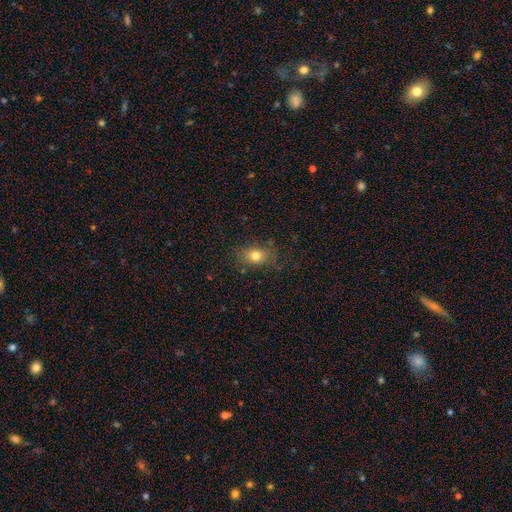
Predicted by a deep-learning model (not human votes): smooth-or-featured: smooth: 78% | star or artifact: 12% | featured or disk: 10%
  how-rounded: in between: 62% | round: 36% | cigar-shaped: 2%
  merging: none: 77% | minor disturbance: 16% | major disturbance: 5% | merger: 2%